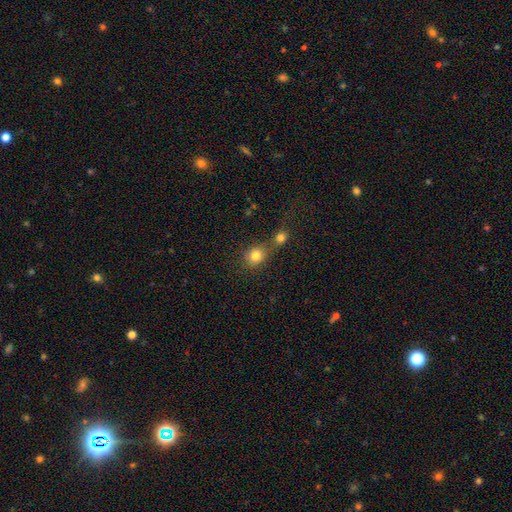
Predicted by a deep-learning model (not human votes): Smooth or featured? Predicted: smooth (p=0.81). How rounded? Predicted: round (p=0.76). Merging? Predicted: merger (p=0.44).